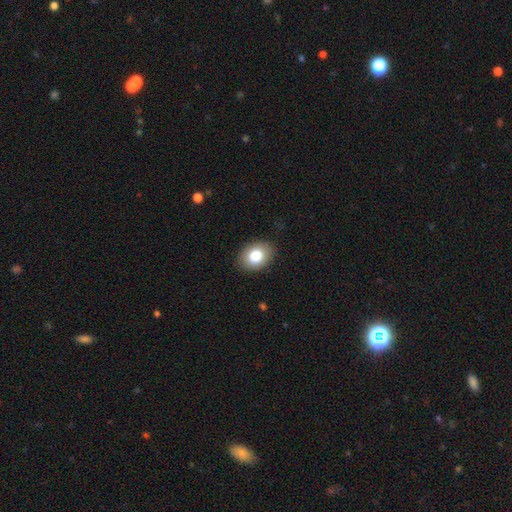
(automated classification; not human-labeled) This is clearly a smooth galaxy (81%). How rounded: likely in between (70%). Merging: clearly none (86%).